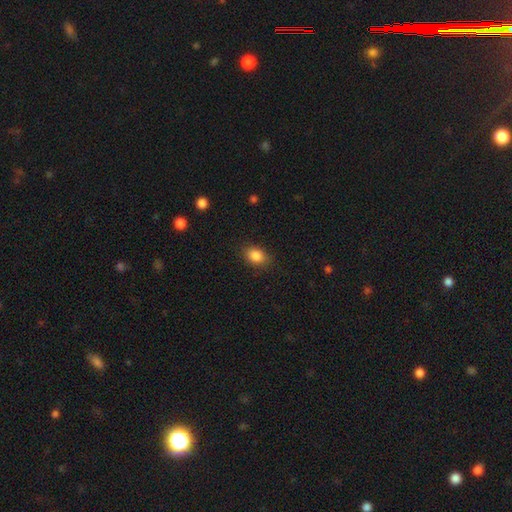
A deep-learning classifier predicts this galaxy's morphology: A smooth galaxy with no disk features (86%) that is in between round and cigar-shaped (68%).

Vote fractions:
- Smooth or featured? smooth: 86% / star or artifact: 9% / featured or disk: 5%
- How rounded? in between: 68% / round: 31% / cigar-shaped: 1%
- Merging? none: 83% / minor disturbance: 13% / major disturbance: 3% / merger: 1%